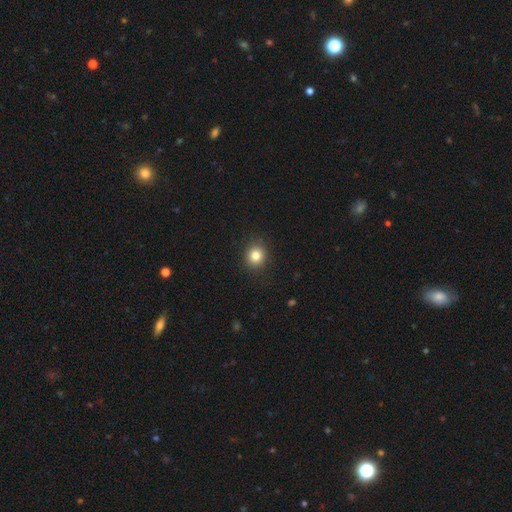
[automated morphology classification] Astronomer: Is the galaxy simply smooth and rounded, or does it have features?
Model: smooth — 83%.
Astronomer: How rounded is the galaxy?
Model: round — 79%.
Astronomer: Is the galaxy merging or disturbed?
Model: none — 89%.